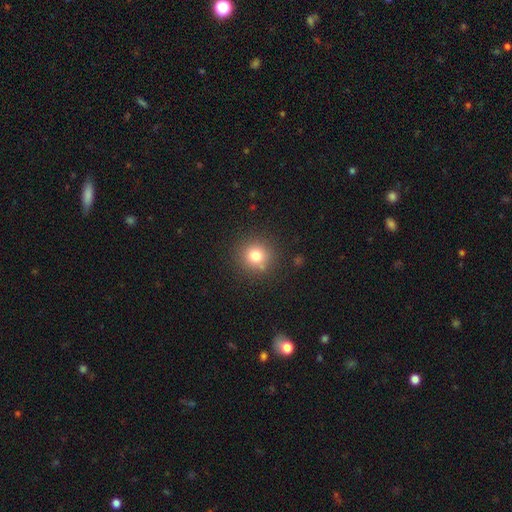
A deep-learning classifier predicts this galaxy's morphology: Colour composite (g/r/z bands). It shows a smooth galaxy with no disk features (78%) that is round (92%). Merging: none (85%).